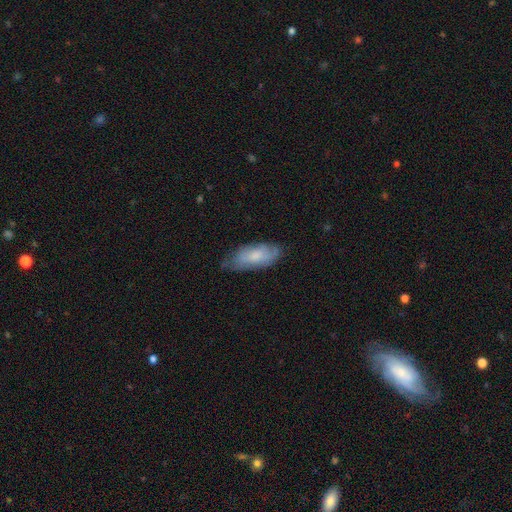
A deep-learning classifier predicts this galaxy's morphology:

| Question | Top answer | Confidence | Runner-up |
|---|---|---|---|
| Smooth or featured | smooth | 62% | featured or disk (31%) |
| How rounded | in between | 82% | cigar-shaped (15%) |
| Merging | none | 62% | minor disturbance (29%) |